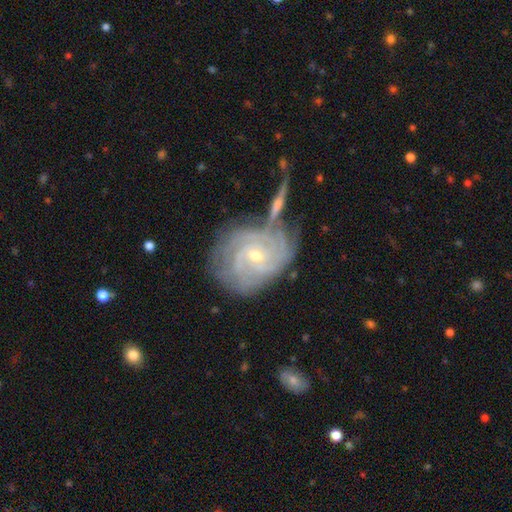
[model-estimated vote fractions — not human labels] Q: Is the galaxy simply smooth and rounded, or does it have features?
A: featured or disk — 87%.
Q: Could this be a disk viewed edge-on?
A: no — 96%.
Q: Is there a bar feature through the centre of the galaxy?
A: no — 54%.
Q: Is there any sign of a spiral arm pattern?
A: yes — 96%.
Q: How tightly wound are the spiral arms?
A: tight — 77%.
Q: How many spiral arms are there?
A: can't tell — 32%.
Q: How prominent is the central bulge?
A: small — 56%.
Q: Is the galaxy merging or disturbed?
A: none — 57%.